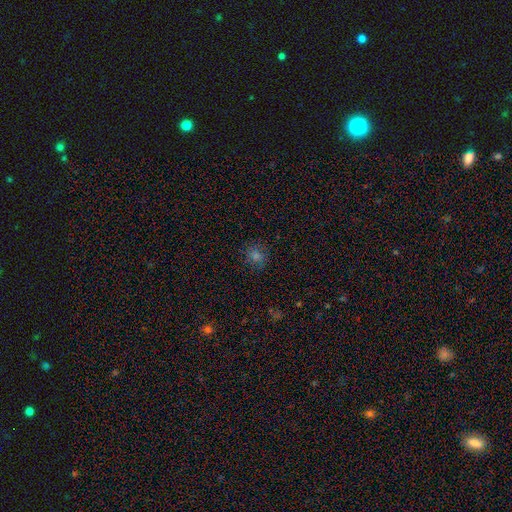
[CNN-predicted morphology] Smooth or featured? Predicted: smooth (p=0.66). How rounded? Predicted: round (p=0.81). Merging? Predicted: none (p=0.84).